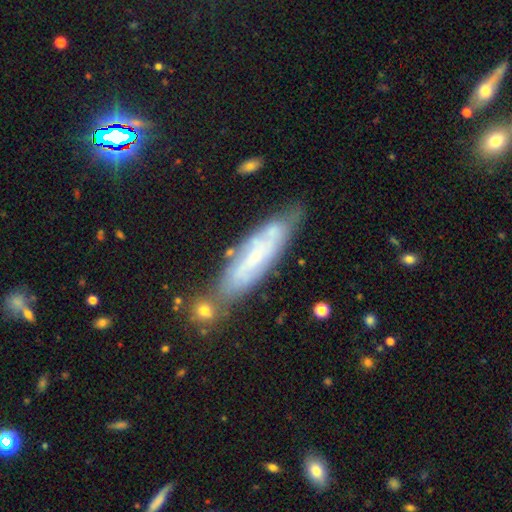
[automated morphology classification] featured or disk 61%, smooth 31%, star or artifact 9%. Down the decision tree: edge-on disk — no (66%); merging — none (68%).